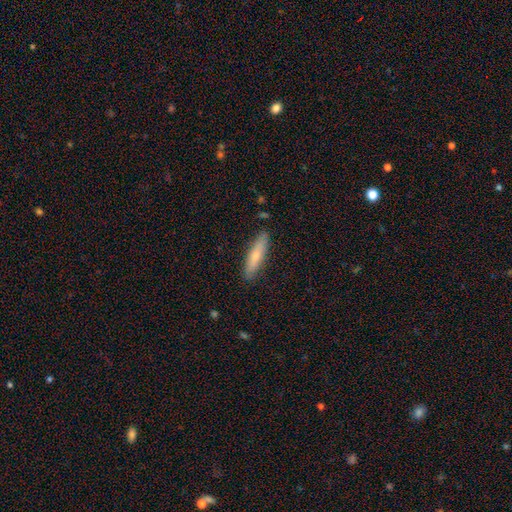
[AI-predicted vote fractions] A smooth galaxy with no disk features (69%) that is cigar-shaped (75%).

Vote fractions:
- Smooth or featured? smooth: 69% / featured or disk: 25% / star or artifact: 6%
- How rounded? cigar-shaped: 75% / in between: 23% / round: 2%
- Merging? none: 87% / minor disturbance: 10% / major disturbance: 2% / merger: 1%